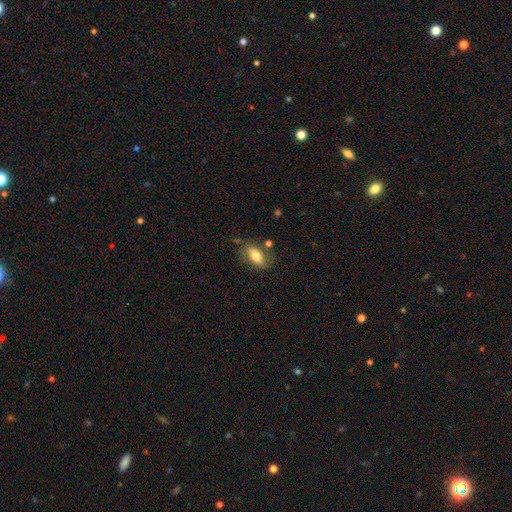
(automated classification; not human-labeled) Morphology: type=smooth (67%); roundness=in between (84%); merging=none (68%).